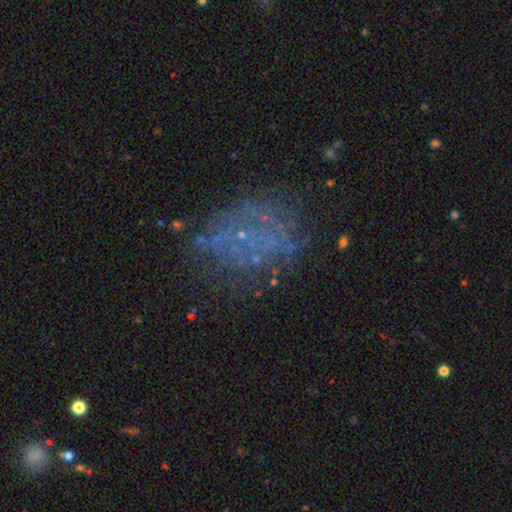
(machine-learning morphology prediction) A featured or disk galaxy (48%).

Vote fractions:
- Smooth or featured? featured or disk: 48% / smooth: 27% / star or artifact: 25%
- Merging? none: 56% / major disturbance: 21% / minor disturbance: 18% / merger: 4%